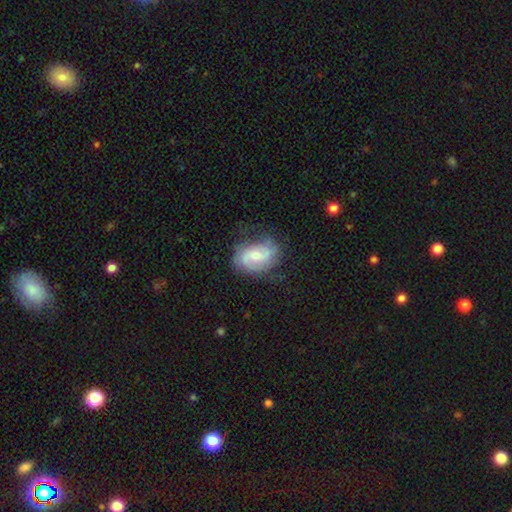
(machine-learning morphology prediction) featured or disk 63%, smooth 31%, star or artifact 7%. Down the decision tree: edge-on disk — no (96%); bar — no (48%); spiral arms — yes (86%); spiral arm count — 2 (76%); spiral winding — medium (41%); bulge size — moderate (52%); merging — none (69%).